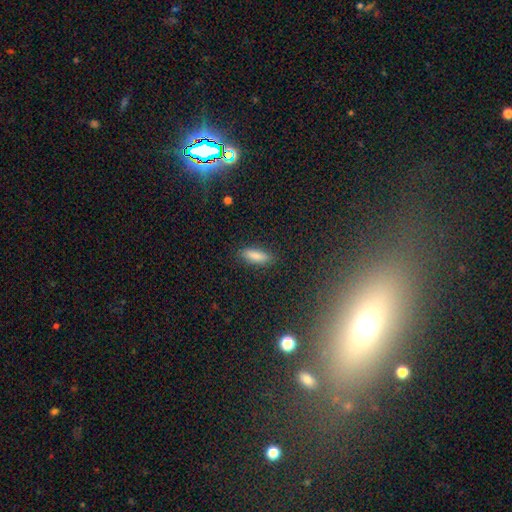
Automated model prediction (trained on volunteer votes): Smooth or featured: smooth — 85% (star or artifact — 8%)
How rounded: in between — 59% (cigar-shaped — 39%)
Merging: none — 86% (minor disturbance — 10%)